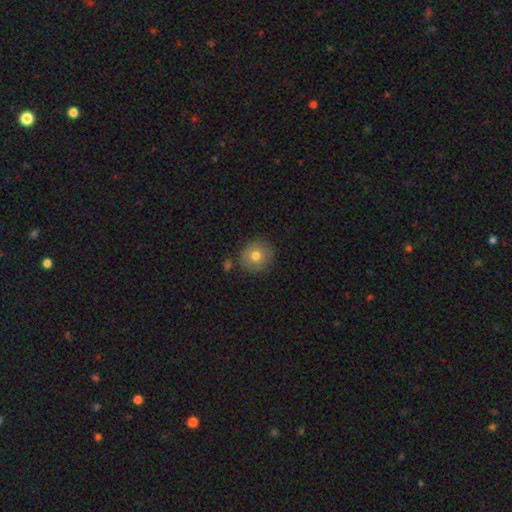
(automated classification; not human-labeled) This is likely a smooth galaxy (73%). How rounded: clearly round (85%). Merging: clearly none (81%).